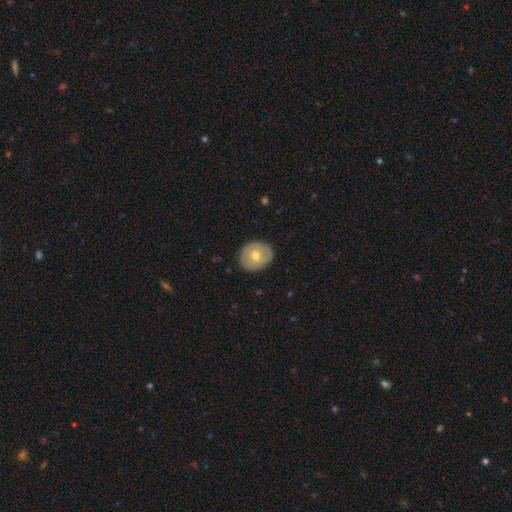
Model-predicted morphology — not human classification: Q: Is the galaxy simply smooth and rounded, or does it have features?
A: smooth — 54%.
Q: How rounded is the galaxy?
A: round — 70%.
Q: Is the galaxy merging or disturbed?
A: none — 84%.